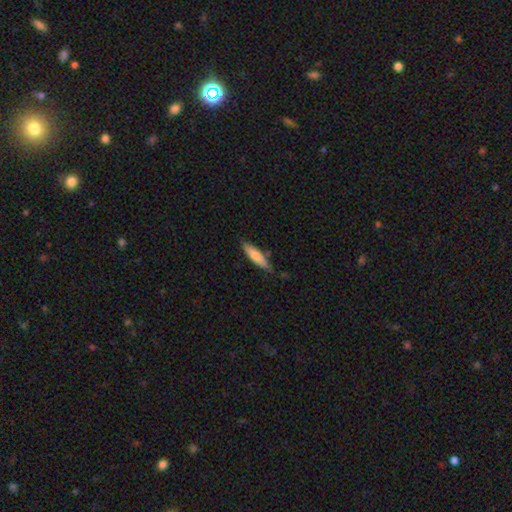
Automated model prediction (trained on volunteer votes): Smooth or featured? Predicted: smooth (p=0.75). How rounded? Predicted: cigar-shaped (p=0.73). Merging? Predicted: none (p=0.75).